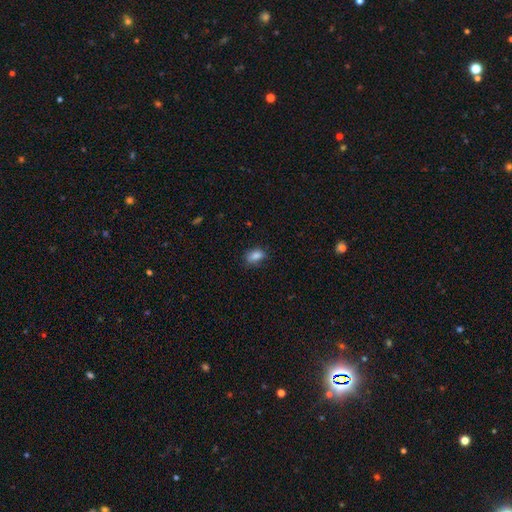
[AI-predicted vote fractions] smooth_or_featured: smooth (p=0.85) [alt: star or artifact p=0.09]
how_rounded: in between (p=0.86) [alt: round p=0.10]
merging: none (p=0.70) [alt: minor disturbance p=0.23]